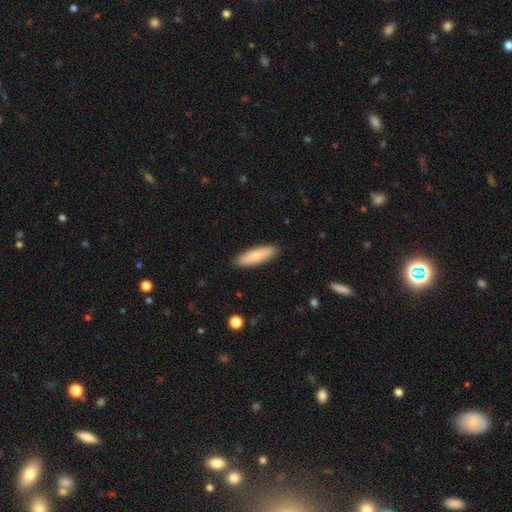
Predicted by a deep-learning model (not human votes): Morphology: type=smooth (82%); roundness=cigar-shaped (53%); merging=none (89%).